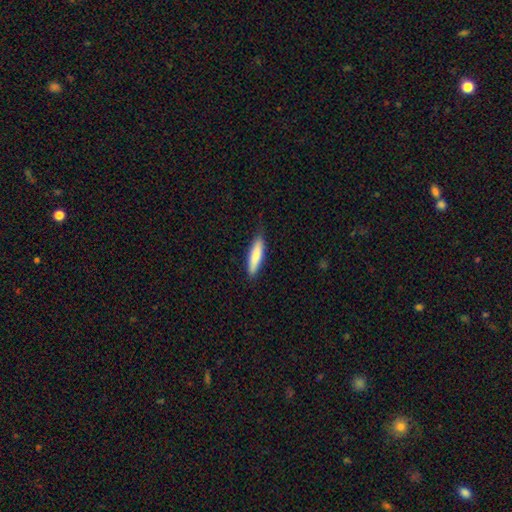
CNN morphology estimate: Q: Smooth or featured?
A: smooth (79%); runner-up: featured or disk (16%)
Q: How rounded?
A: cigar-shaped (76%); runner-up: in between (22%)
Q: Merging?
A: none (81%); runner-up: minor disturbance (15%)